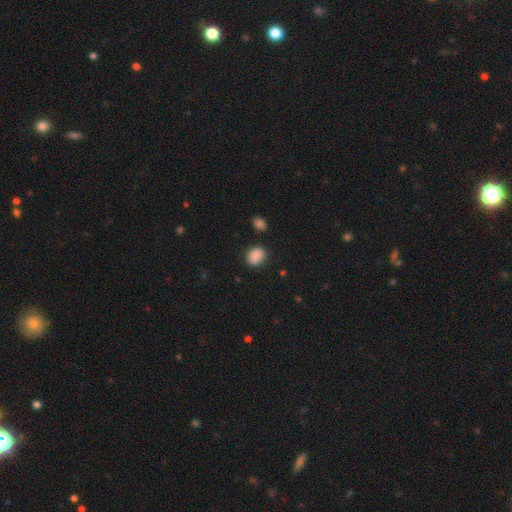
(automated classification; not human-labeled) Smooth or featured: smooth — 88% (star or artifact — 8%)
How rounded: in between — 54% (round — 45%)
Merging: none — 81% (minor disturbance — 13%)